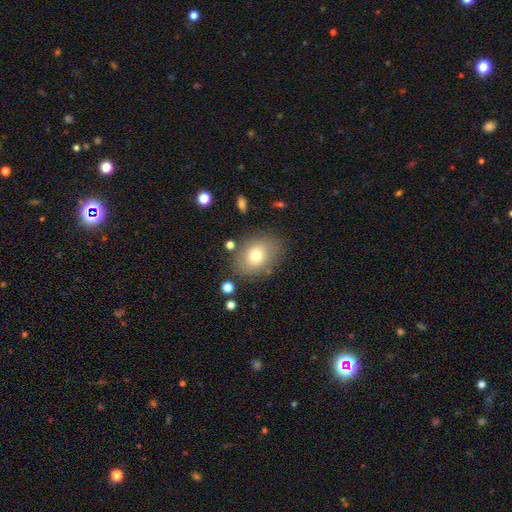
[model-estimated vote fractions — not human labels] Smooth or featured: smooth — 74% (featured or disk — 16%)
How rounded: in between — 61% (round — 38%)
Merging: none — 78% (minor disturbance — 13%)